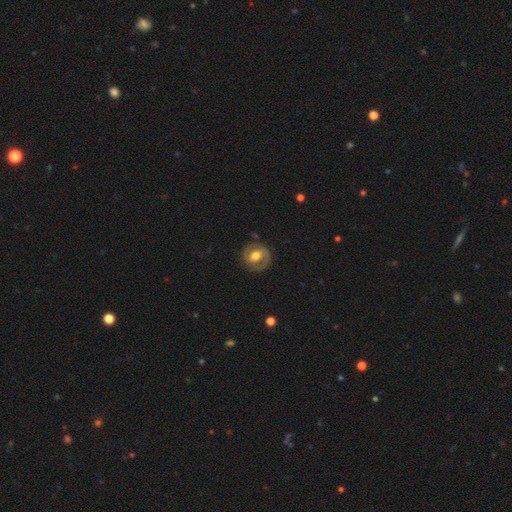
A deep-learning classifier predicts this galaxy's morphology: Smooth or featured? featured or disk (60%)
Edge-on disk? no (97%)
Bar? no (44%)
Spiral arms? yes (76%)
Bulge size? moderate (68%)
Merging? none (78%)